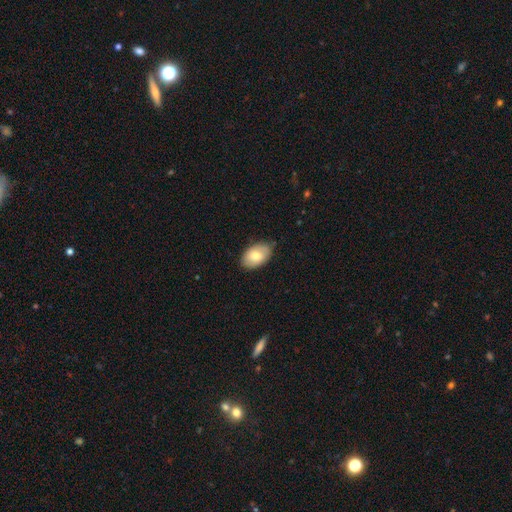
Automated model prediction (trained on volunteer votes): A smooth galaxy with no disk features (77%) that is in between round and cigar-shaped (92%).

Vote fractions:
- Smooth or featured? smooth: 77% / featured or disk: 17% / star or artifact: 6%
- How rounded? in between: 92% / round: 7% / cigar-shaped: 1%
- Merging? none: 80% / minor disturbance: 16% / major disturbance: 2% / merger: 1%